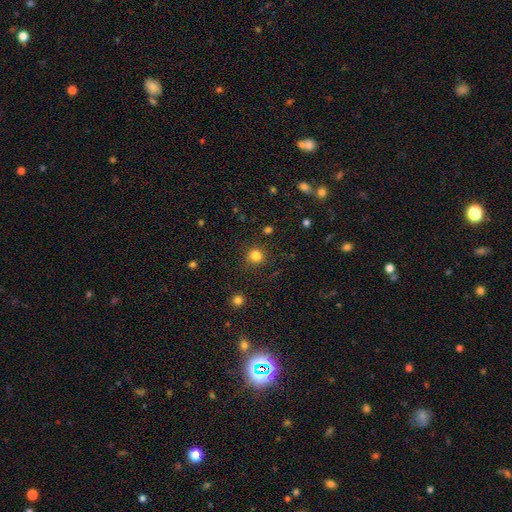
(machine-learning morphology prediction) A smooth galaxy with no disk features (82%) that is round (91%).

Vote fractions:
- Smooth or featured? smooth: 82% / star or artifact: 14% / featured or disk: 4%
- How rounded? round: 91% / in between: 8% / cigar-shaped: 1%
- Merging? none: 87% / minor disturbance: 8% / major disturbance: 3% / merger: 2%